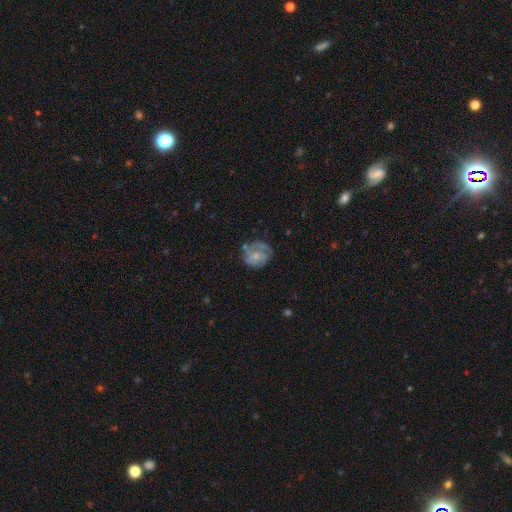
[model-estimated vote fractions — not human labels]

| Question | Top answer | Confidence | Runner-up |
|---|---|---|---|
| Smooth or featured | featured or disk | 59% | smooth (34%) |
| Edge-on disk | no | 98% | yes (2%) |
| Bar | no | 77% | weak (20%) |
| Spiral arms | yes | 71% | no (29%) |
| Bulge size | small | 61% | moderate (26%) |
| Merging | none | 56% | minor disturbance (25%) |